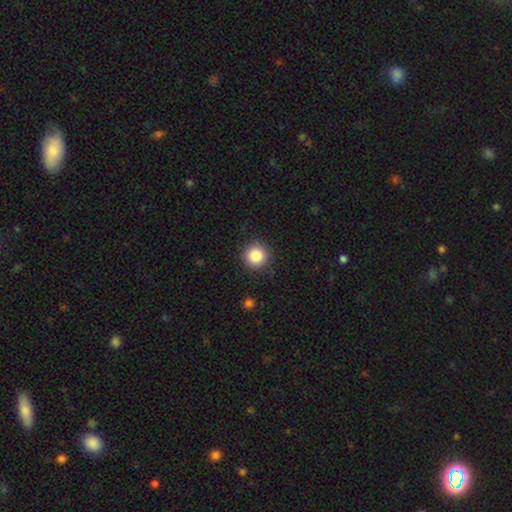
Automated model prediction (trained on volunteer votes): Morphology: type=smooth (85%); roundness=round (95%); merging=none (90%).